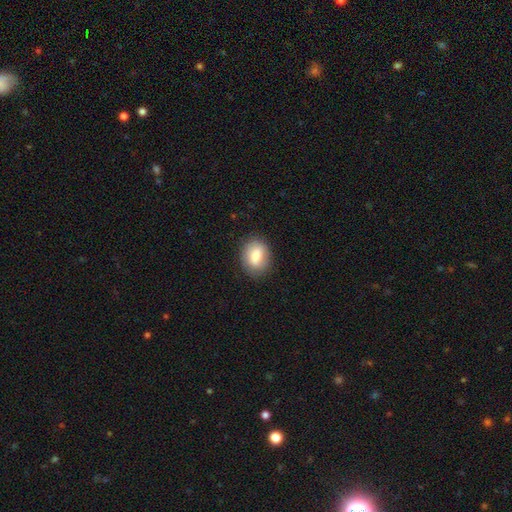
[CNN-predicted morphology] Q: Smooth or featured?
A: smooth (75%); runner-up: featured or disk (17%)
Q: How rounded?
A: in between (58%); runner-up: round (41%)
Q: Merging?
A: none (83%); runner-up: minor disturbance (13%)